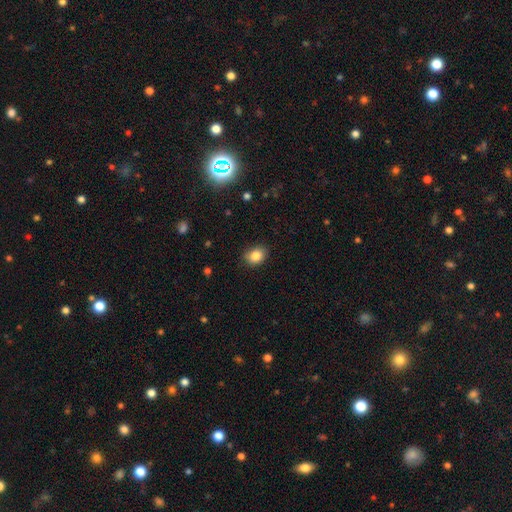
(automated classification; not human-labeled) Overall: smooth (85%). How rounded: in between (56%; round 43%). Merging: none (83%).